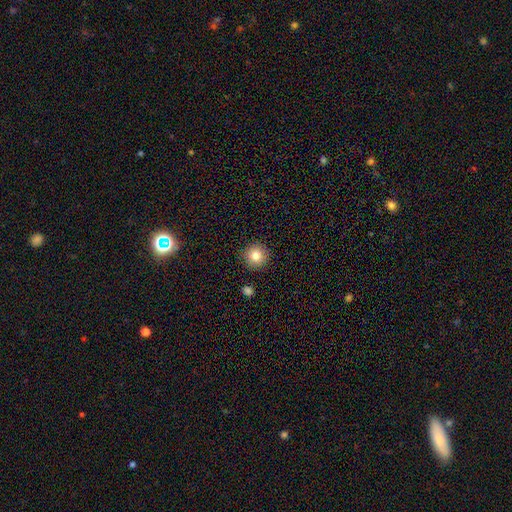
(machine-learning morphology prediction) Q: Smooth or featured?
A: smooth (81%); runner-up: star or artifact (11%)
Q: How rounded?
A: round (95%); runner-up: in between (4%)
Q: Merging?
A: none (91%); runner-up: minor disturbance (6%)